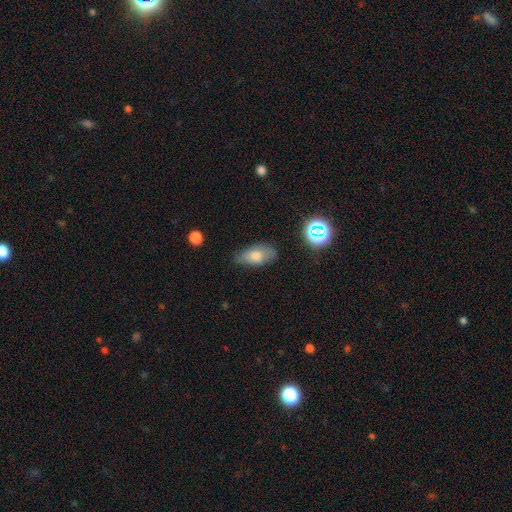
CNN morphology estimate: type=smooth (72%); roundness=in between (90%); merging=none (67%).